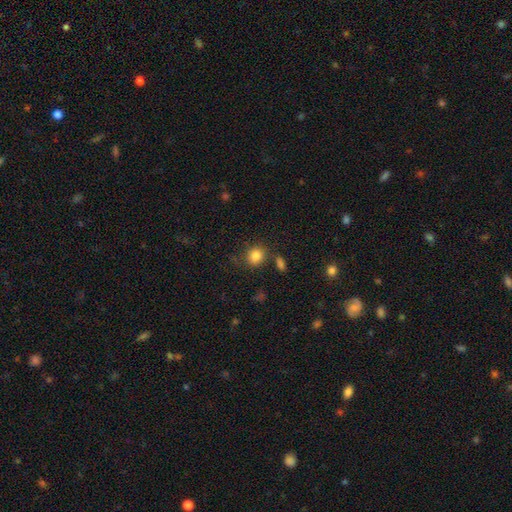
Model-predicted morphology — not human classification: The model was most divided on "how rounded": round: 73%, in between: 26%, cigar-shaped: 1%. More confident: smooth or featured — smooth (84%); merging — none (77%).